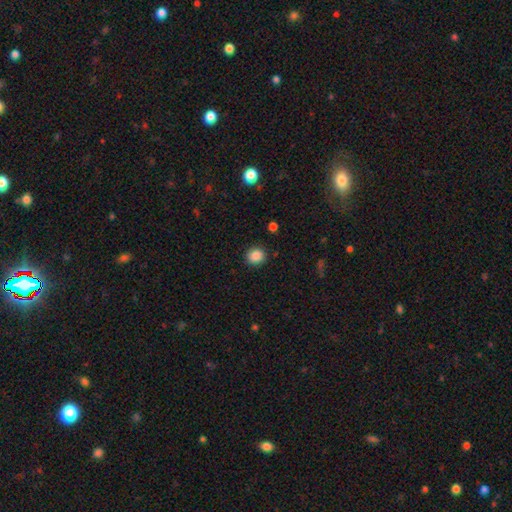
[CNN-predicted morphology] This appears to be a smooth galaxy with no disk features (87%) that is round (85%). Merging: none (90%).